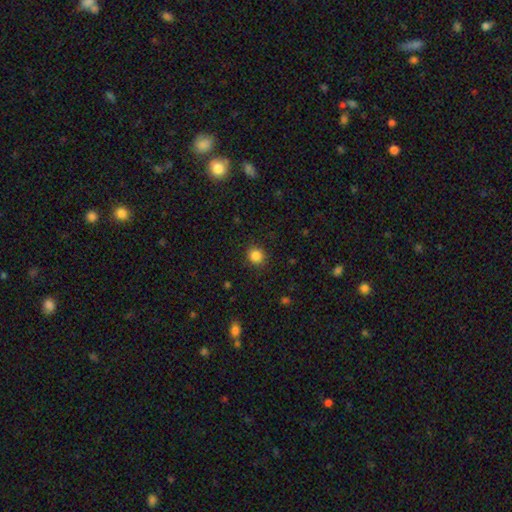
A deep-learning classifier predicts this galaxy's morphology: This is clearly a smooth galaxy (85%). How rounded: clearly round (86%). Merging: clearly none (89%).